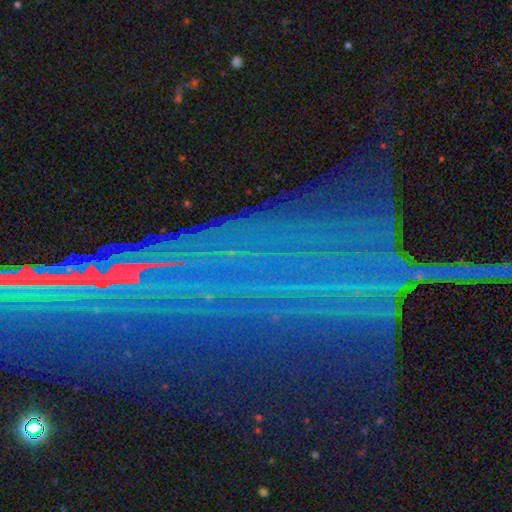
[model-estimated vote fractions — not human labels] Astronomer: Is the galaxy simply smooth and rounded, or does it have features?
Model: star or artifact — 82%.